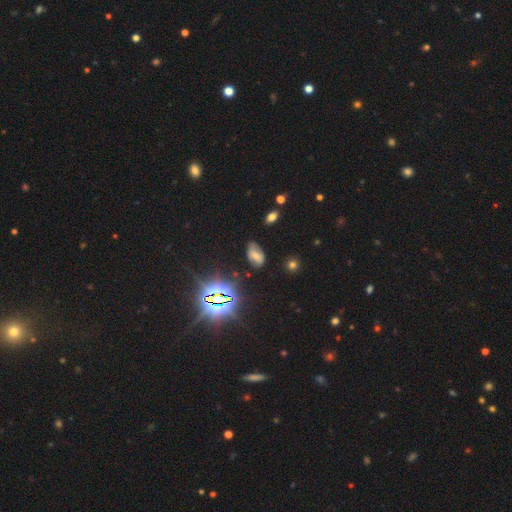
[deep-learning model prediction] A smooth galaxy with no disk features (44%). Merging: none (66%).